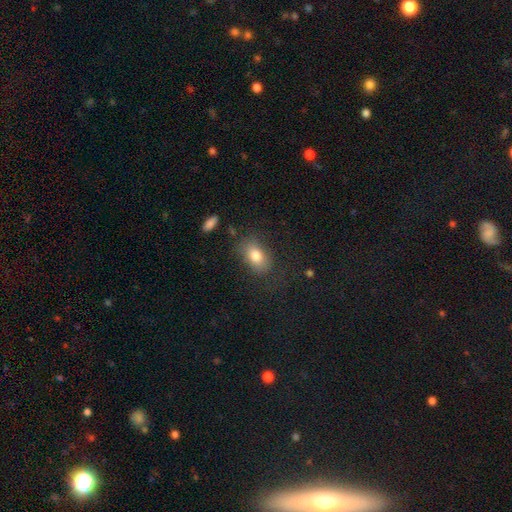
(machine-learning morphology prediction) smooth-or-featured: smooth: 80% | featured or disk: 12% | star or artifact: 8%
  how-rounded: in between: 84% | round: 15% | cigar-shaped: 2%
  merging: none: 68% | minor disturbance: 19% | major disturbance: 10% | merger: 2%